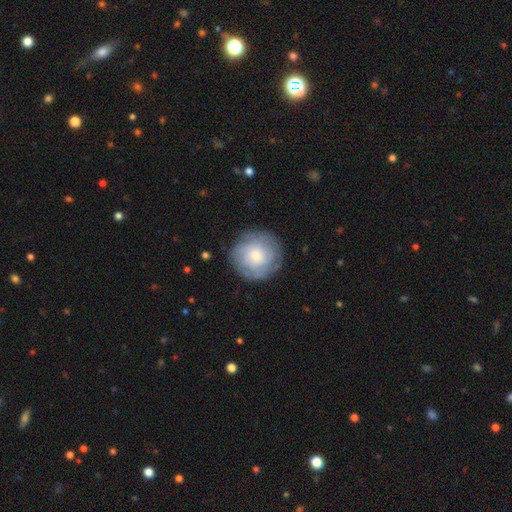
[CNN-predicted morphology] This is possibly a smooth galaxy (49%). Merging: clearly none (82%).